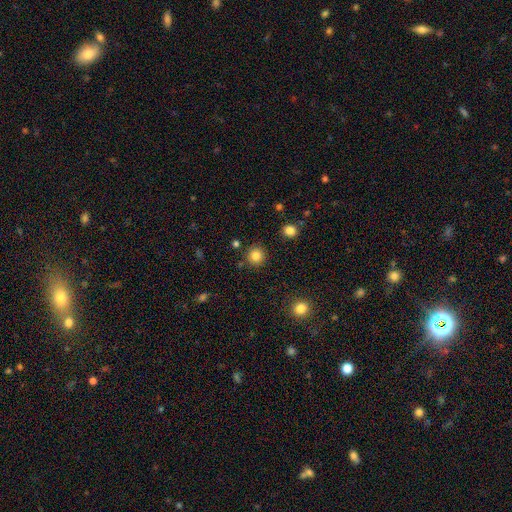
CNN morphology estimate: Smooth or featured: smooth — 84% (star or artifact — 12%)
How rounded: round — 93% (in between — 6%)
Merging: none — 89% (minor disturbance — 6%)